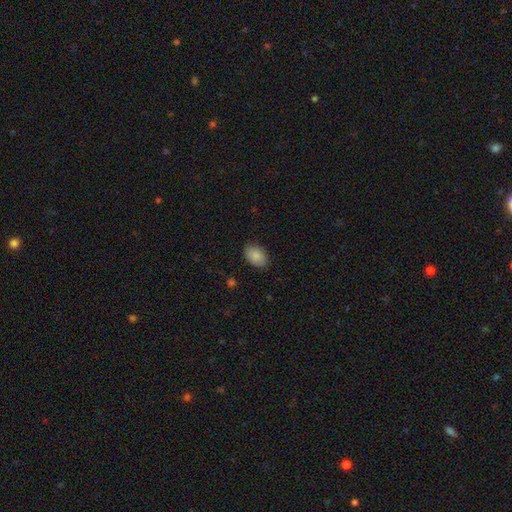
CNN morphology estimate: Smooth or featured: smooth — 86% (star or artifact — 7%)
How rounded: in between — 86% (round — 13%)
Merging: none — 85% (minor disturbance — 12%)